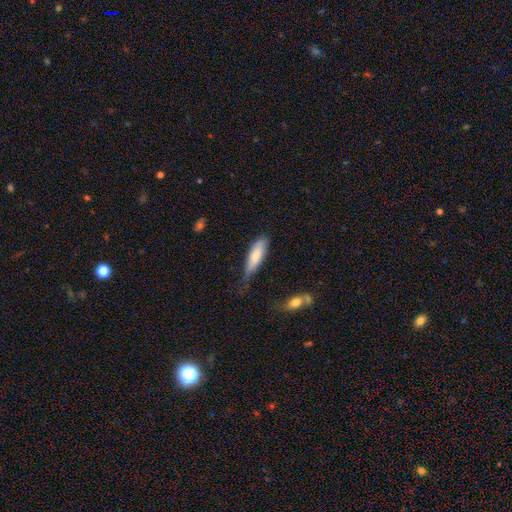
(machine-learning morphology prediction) Smooth or featured?
  - smooth: 79% *
  - featured or disk: 15%
  - star or artifact: 6%
How rounded?
  - cigar-shaped: 52% *
  - in between: 47%
  - round: 2%
Merging?
  - none: 53% *
  - minor disturbance: 35%
  - major disturbance: 9%
  - merger: 3%